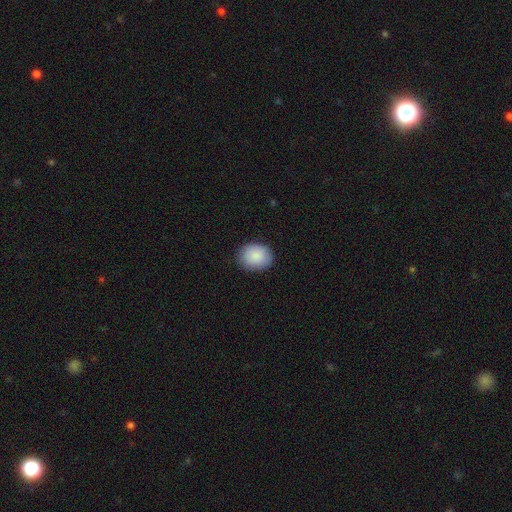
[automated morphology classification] smooth 89%, star or artifact 7%, featured or disk 5%. Down the decision tree: how rounded — in between (51%); merging — none (86%).